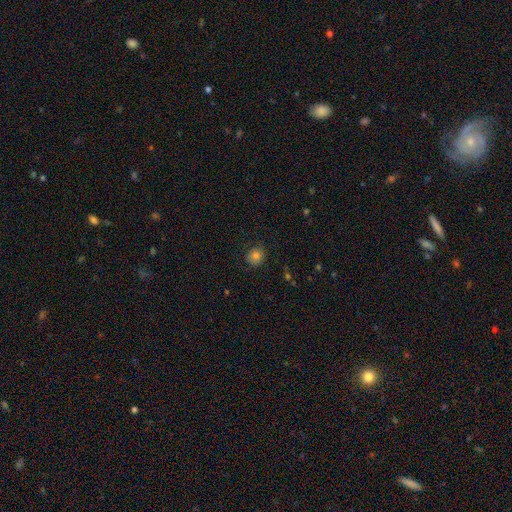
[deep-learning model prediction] This is likely a smooth galaxy (79%). How rounded: clearly round (86%). Merging: clearly none (81%).